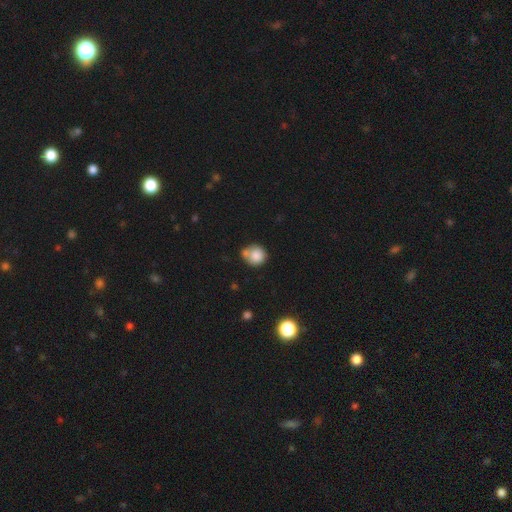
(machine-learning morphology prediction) Smooth or featured?
  - smooth: 83% *
  - star or artifact: 9%
  - featured or disk: 8%
How rounded?
  - round: 88% *
  - in between: 11%
  - cigar-shaped: 1%
Merging?
  - none: 52% *
  - merger: 25%
  - minor disturbance: 18%
  - major disturbance: 5%